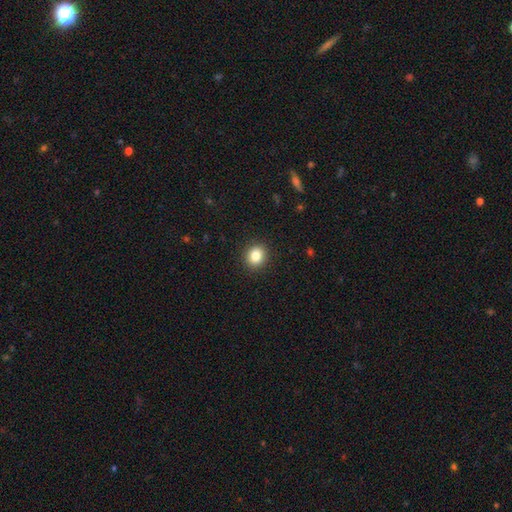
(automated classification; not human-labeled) Smooth or featured: smooth — 84% (star or artifact — 11%)
How rounded: round — 74% (in between — 25%)
Merging: none — 91% (minor disturbance — 6%)